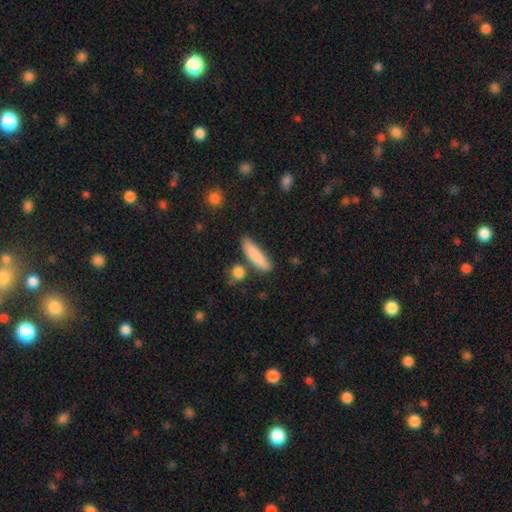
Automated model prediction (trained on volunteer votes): A smooth galaxy with no disk features (84%) that is cigar-shaped (71%). Merging: none (77%).